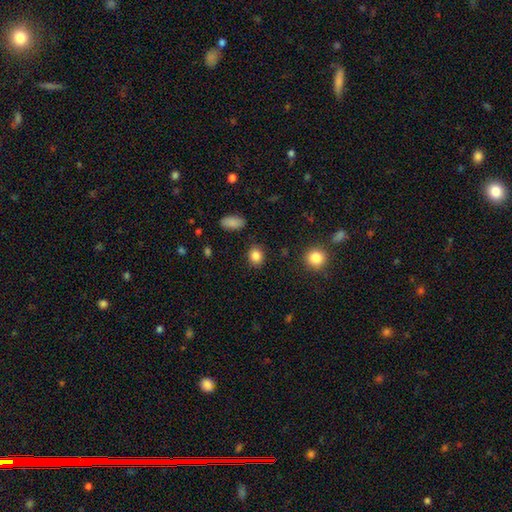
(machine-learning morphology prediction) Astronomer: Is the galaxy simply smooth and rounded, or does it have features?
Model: smooth — 86%.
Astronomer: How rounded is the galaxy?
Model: round — 63%.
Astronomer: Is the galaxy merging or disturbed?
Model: none — 87%.